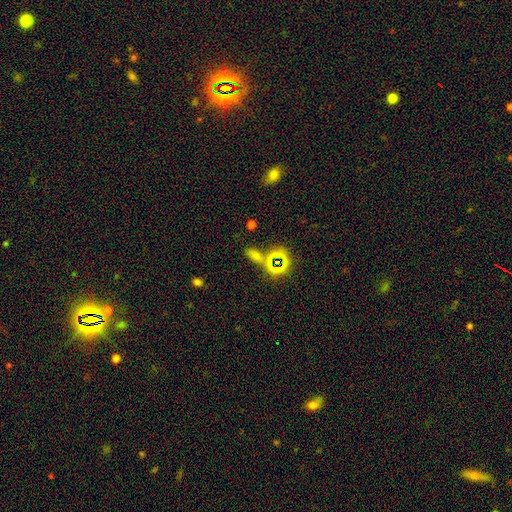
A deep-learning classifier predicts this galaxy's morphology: Smooth or featured? smooth (50%)
How rounded? in between (68%)
Merging? none (63%)